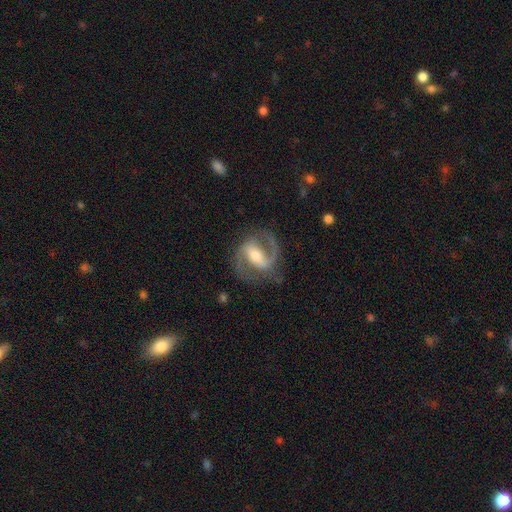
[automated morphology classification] The model was most divided on "bar": strong: 50%, weak: 37%, no: 13%. More confident: edge-on disk — no (97%); spiral arms — yes (97%); spiral arm count — 2 (91%); smooth or featured — featured or disk (90%); merging — none (79%); spiral winding — medium (61%); bulge size — moderate (57%).